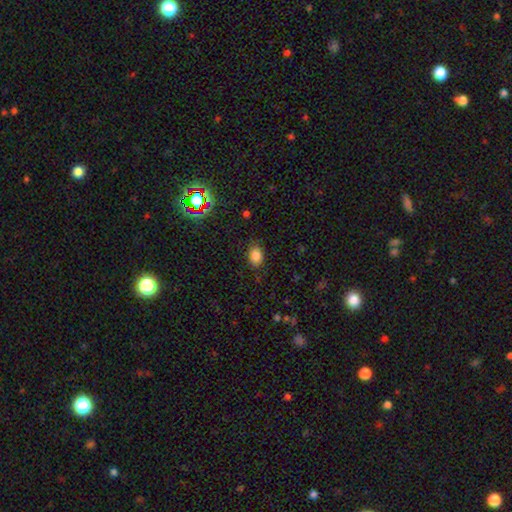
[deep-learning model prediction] This appears to be a smooth galaxy with no disk features (82%) that is in between round and cigar-shaped (73%). Merging: none (82%).